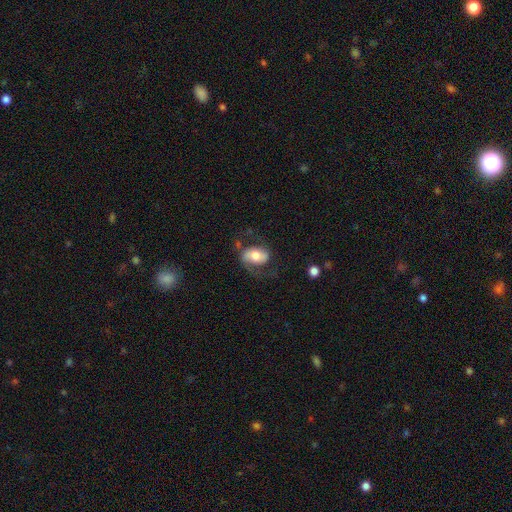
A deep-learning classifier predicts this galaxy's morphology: This is possibly a featured or disk galaxy (52%). It is clearly not viewed edge-on (95%). Merging: possibly none (54%).